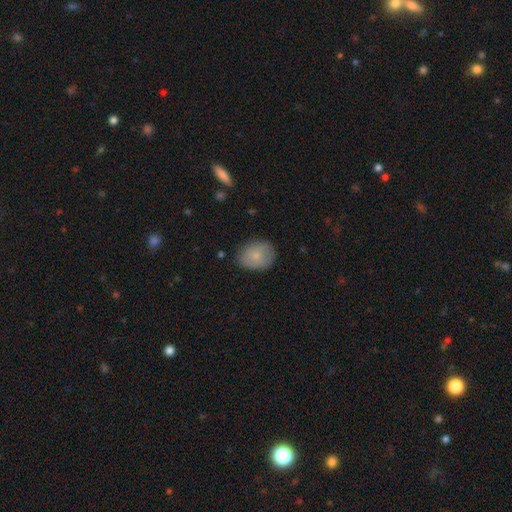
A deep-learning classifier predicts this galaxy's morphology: A smooth galaxy with no disk features (77%) that is round (53%).

Vote fractions:
- Smooth or featured? smooth: 77% / featured or disk: 16% / star or artifact: 7%
- How rounded? round: 53% / in between: 46% / cigar-shaped: 1%
- Merging? none: 76% / minor disturbance: 18% / major disturbance: 4% / merger: 1%